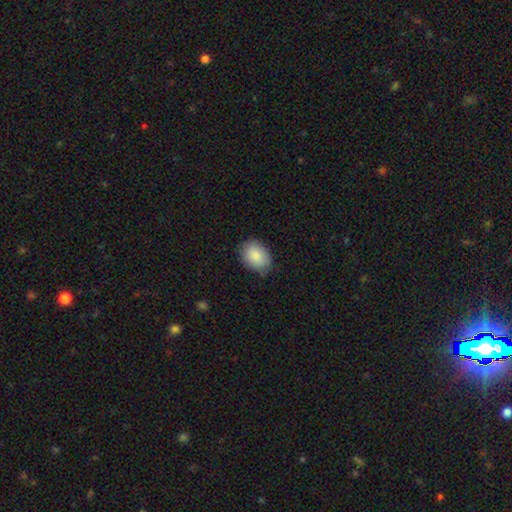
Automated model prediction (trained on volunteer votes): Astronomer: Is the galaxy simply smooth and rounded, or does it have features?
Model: smooth — 88%.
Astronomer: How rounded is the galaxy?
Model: in between — 74%.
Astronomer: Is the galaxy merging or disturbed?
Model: none — 79%.